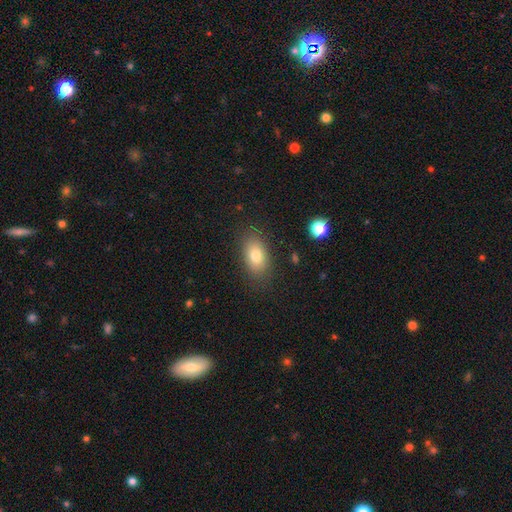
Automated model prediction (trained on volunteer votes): A smooth galaxy with no disk features (80%) that is in between round and cigar-shaped (89%).

Vote fractions:
- Smooth or featured? smooth: 80% / featured or disk: 12% / star or artifact: 9%
- How rounded? in between: 89% / round: 9% / cigar-shaped: 2%
- Merging? none: 83% / minor disturbance: 12% / major disturbance: 4% / merger: 1%